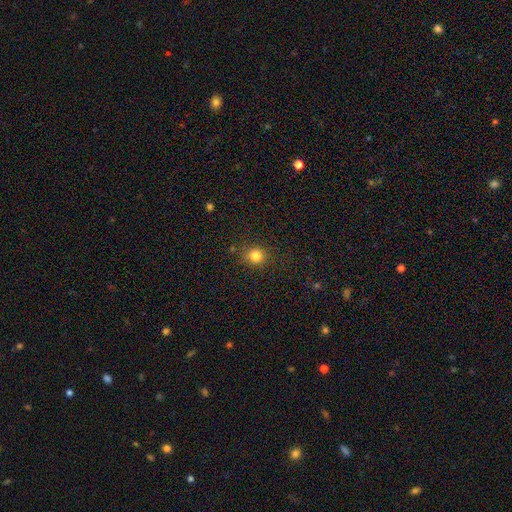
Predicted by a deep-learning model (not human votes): This is clearly a smooth galaxy (82%). How rounded: clearly round (85%). Merging: clearly none (85%).